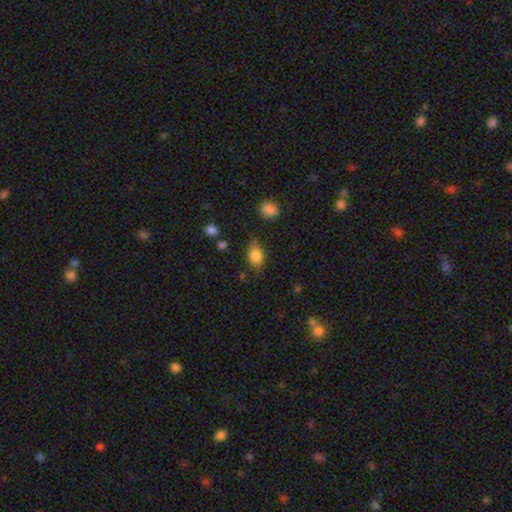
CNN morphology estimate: Smooth or featured? smooth (84%)
How rounded? in between (68%)
Merging? none (70%)